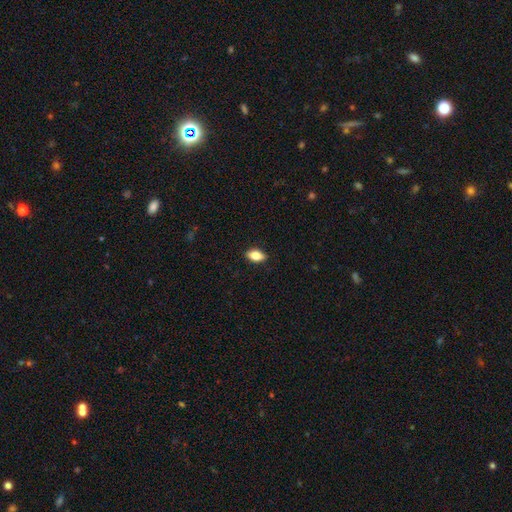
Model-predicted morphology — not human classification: Q: Smooth or featured?
A: smooth (75%); runner-up: featured or disk (17%)
Q: How rounded?
A: in between (87%); runner-up: round (7%)
Q: Merging?
A: none (88%); runner-up: minor disturbance (9%)